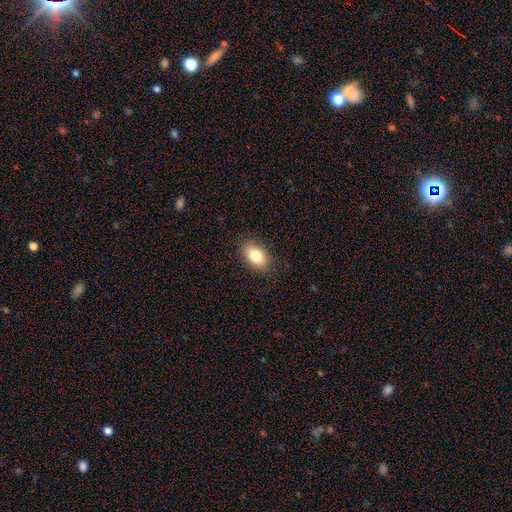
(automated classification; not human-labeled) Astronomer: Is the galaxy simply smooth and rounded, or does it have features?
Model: smooth — 82%.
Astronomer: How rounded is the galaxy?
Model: in between — 88%.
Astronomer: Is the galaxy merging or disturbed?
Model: none — 87%.